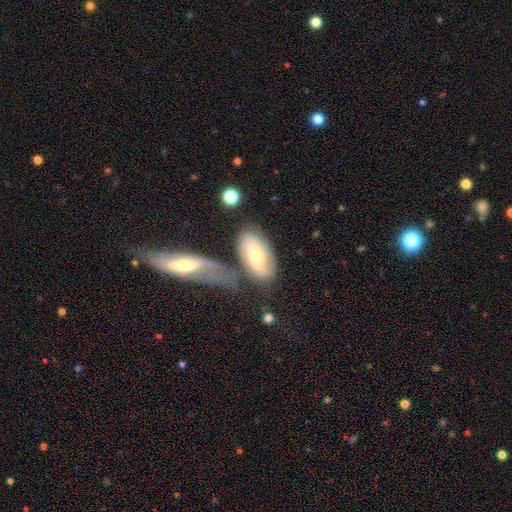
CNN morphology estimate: The model was most divided on "smooth or featured": smooth: 48%, featured or disk: 46%, star or artifact: 6%. More confident: merging — none (55%).